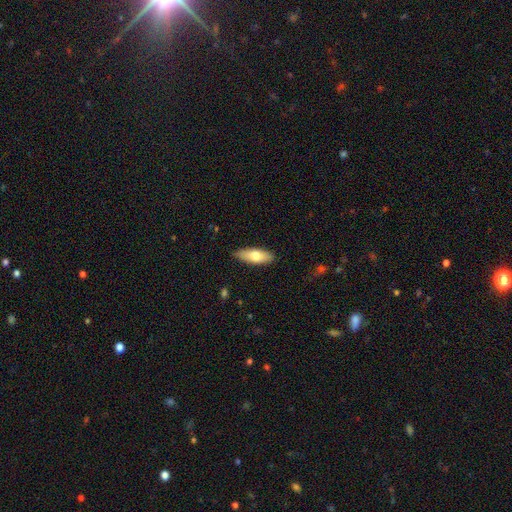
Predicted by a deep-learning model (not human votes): smooth 69%, featured or disk 26%, star or artifact 6%. Down the decision tree: how rounded — in between (67%); merging — none (84%).